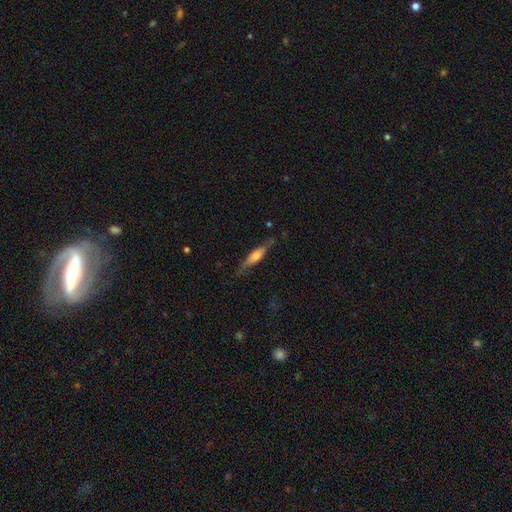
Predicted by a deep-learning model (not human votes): featured or disk 56%, smooth 38%, star or artifact 6%. Down the decision tree: edge-on disk — yes (90%); edge-on bulge — rounded (65%); merging — none (76%).